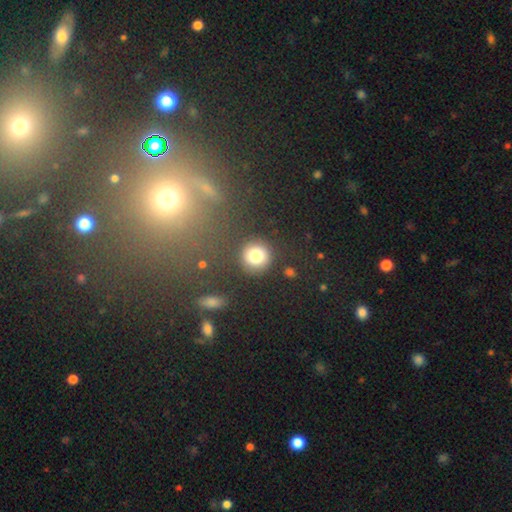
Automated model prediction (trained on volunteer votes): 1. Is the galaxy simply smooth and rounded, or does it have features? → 81% smooth, 12% star or artifact, 7% featured or disk.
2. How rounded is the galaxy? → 89% round, 10% in between, 1% cigar-shaped.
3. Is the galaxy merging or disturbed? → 84% none, 9% minor disturbance, 4% major disturbance, 4% merger.